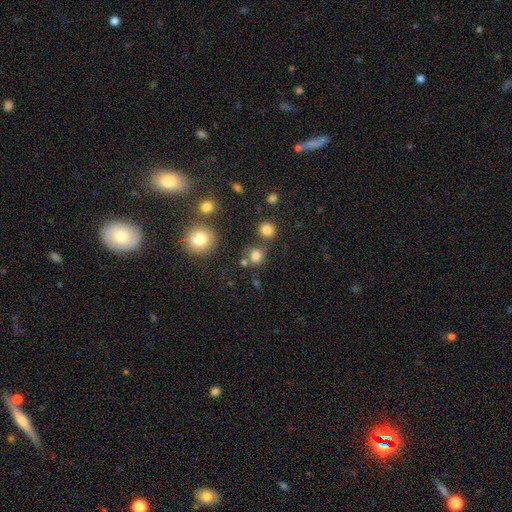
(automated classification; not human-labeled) A smooth galaxy with no disk features (79%) that is round (85%). Merging: none (70%).